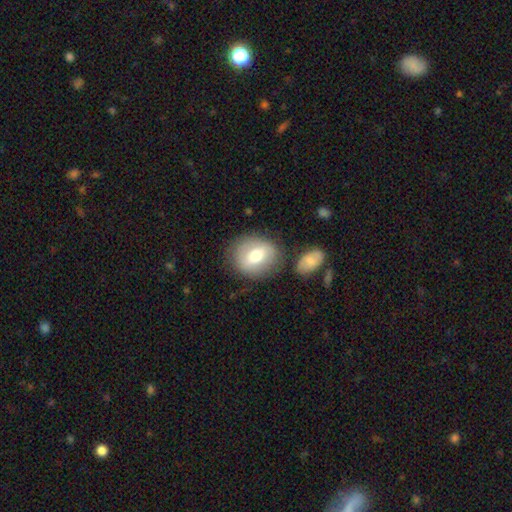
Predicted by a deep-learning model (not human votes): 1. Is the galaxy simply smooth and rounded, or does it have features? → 64% smooth, 28% featured or disk, 7% star or artifact.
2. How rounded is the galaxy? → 69% round, 30% in between, 1% cigar-shaped.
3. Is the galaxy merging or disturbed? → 74% none, 13% minor disturbance, 8% merger, 5% major disturbance.